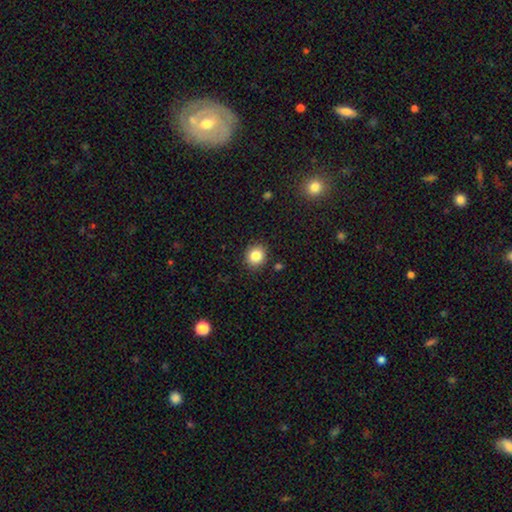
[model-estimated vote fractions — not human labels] Smooth or featured? Predicted: smooth (p=0.85). How rounded? Predicted: round (p=0.81). Merging? Predicted: none (p=0.89).